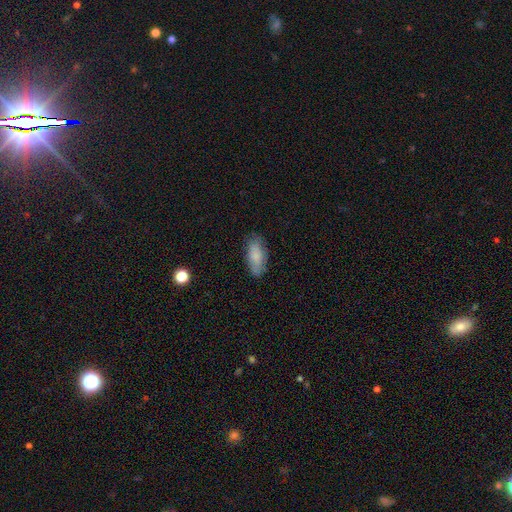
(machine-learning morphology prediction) This is clearly a smooth galaxy (81%). How rounded: clearly in between (86%). Merging: likely none (76%).